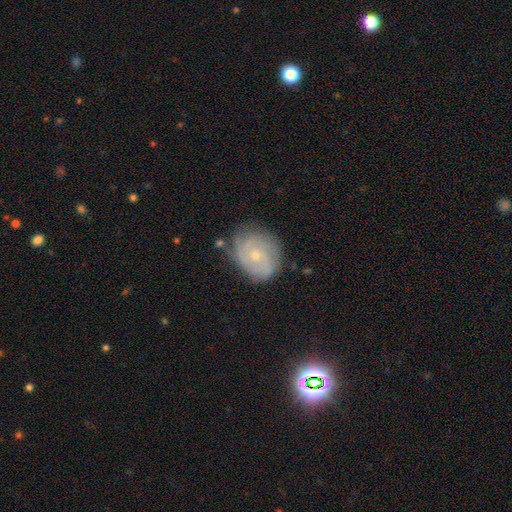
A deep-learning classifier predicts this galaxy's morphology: A featured or disk galaxy (71%) with no bar (74%), tight (61%) spiral arms (90%) and a small central bulge (68%). Merging: none (68%).